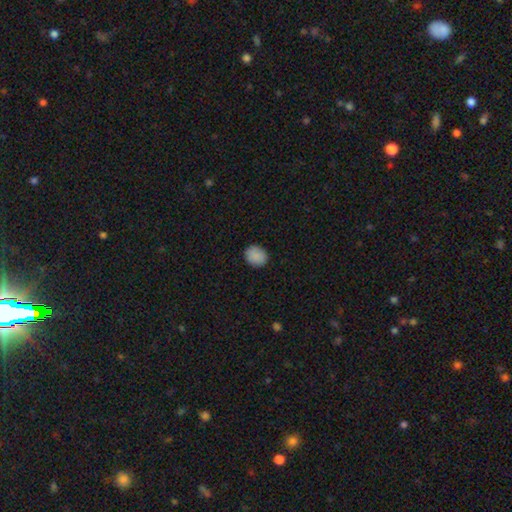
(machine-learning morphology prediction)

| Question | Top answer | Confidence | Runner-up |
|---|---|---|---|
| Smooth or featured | smooth | 89% | star or artifact (8%) |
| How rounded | round | 67% | in between (32%) |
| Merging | none | 88% | minor disturbance (9%) |